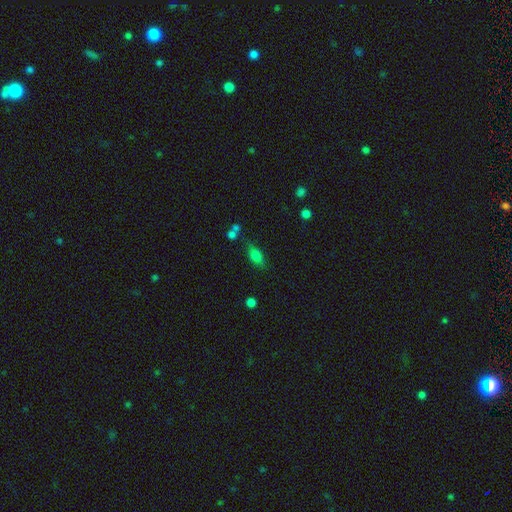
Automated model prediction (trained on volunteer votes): This appears to be a smooth galaxy with no disk features (72%) that is in between round and cigar-shaped (78%). Merging: none (67%).